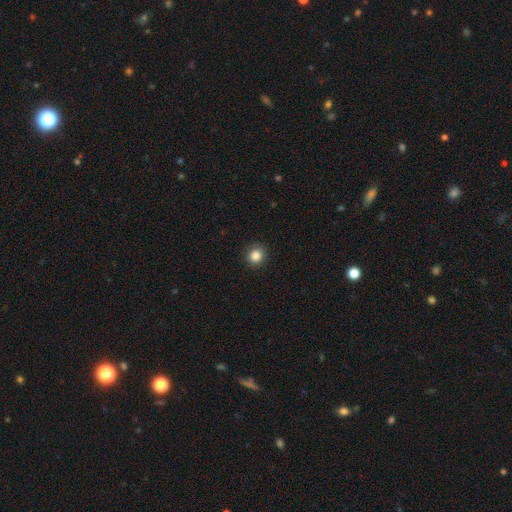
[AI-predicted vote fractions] This appears to be a smooth galaxy with no disk features (85%) that is round (91%). Merging: none (90%).